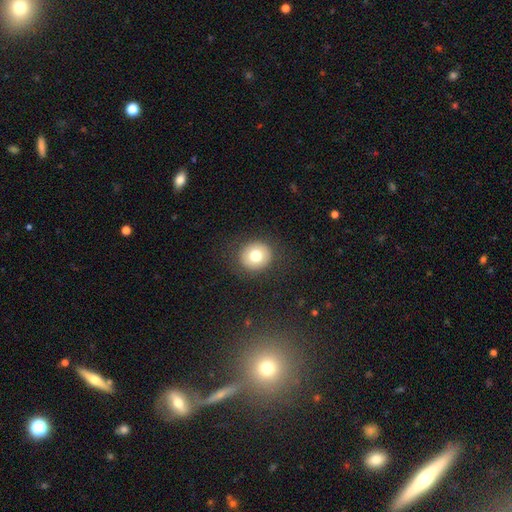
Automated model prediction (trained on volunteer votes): Morphology: type=smooth (75%); roundness=round (87%); merging=none (88%).